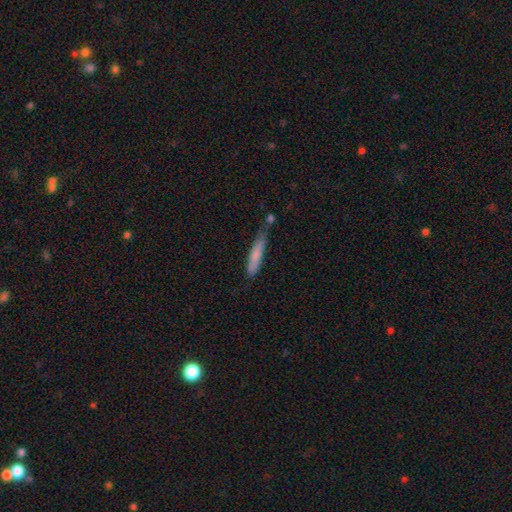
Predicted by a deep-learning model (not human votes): This appears to be a smooth galaxy with no disk features (74%) that is cigar-shaped (89%). Merging: none (53%).